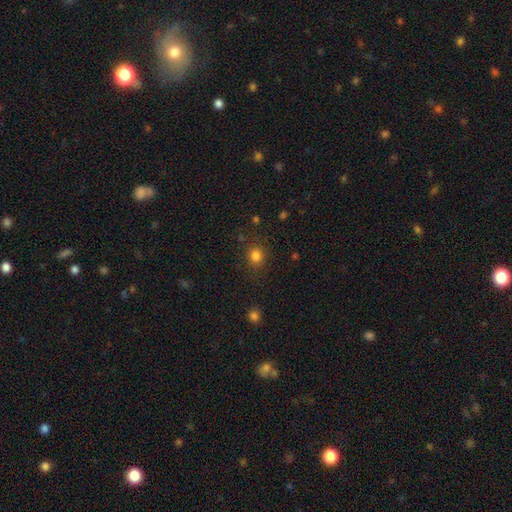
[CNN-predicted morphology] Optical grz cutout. It shows a smooth galaxy with no disk features (82%) that is round (84%). Merging: none (85%).